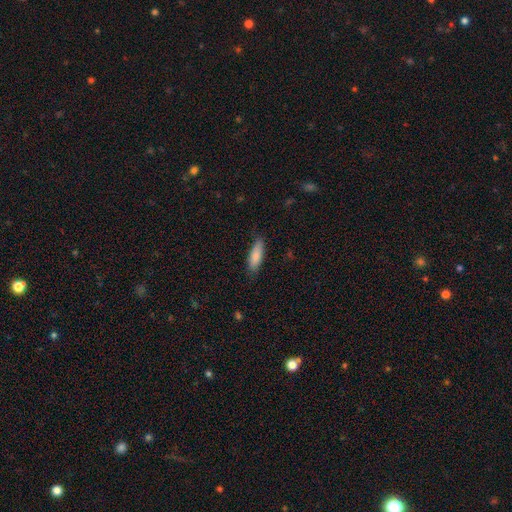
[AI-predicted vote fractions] This appears to be a smooth galaxy with no disk features (85%) that is in between round and cigar-shaped (54%). Merging: none (81%).